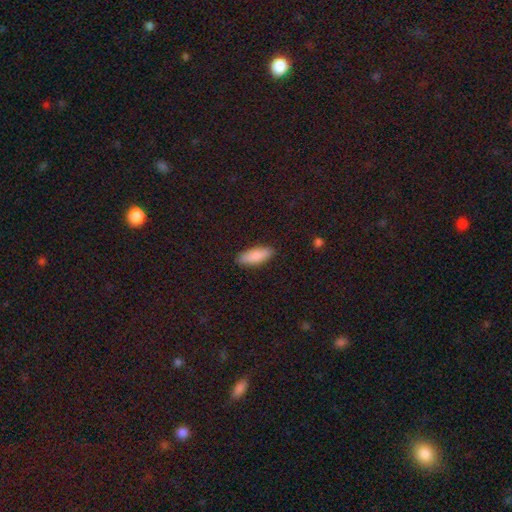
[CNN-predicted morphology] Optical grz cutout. It shows a smooth galaxy with no disk features (87%) that is in between round and cigar-shaped (70%). Merging: none (89%).